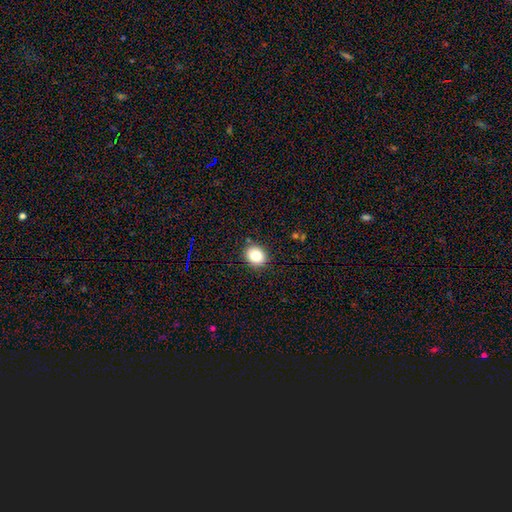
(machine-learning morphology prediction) This appears to be a smooth galaxy with no disk features (83%) that is round (66%). Merging: none (89%).